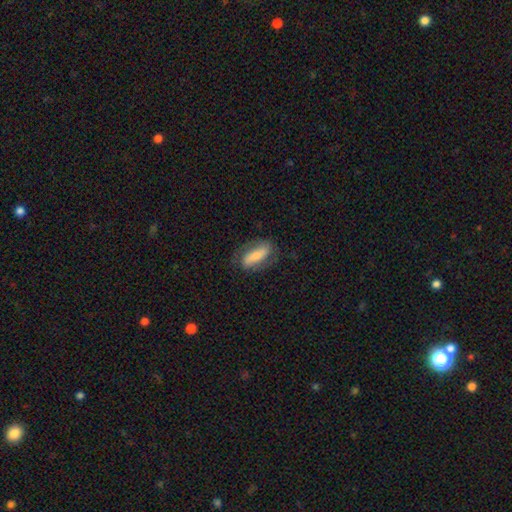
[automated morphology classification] This appears to be a featured or disk galaxy (47%). Merging: none (73%).